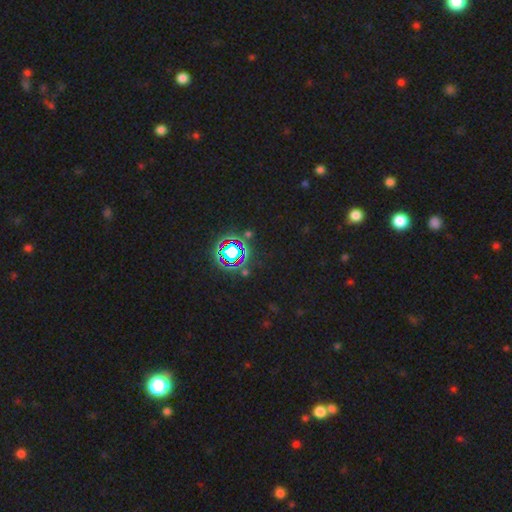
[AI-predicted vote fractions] Overall: star or artifact (80%).